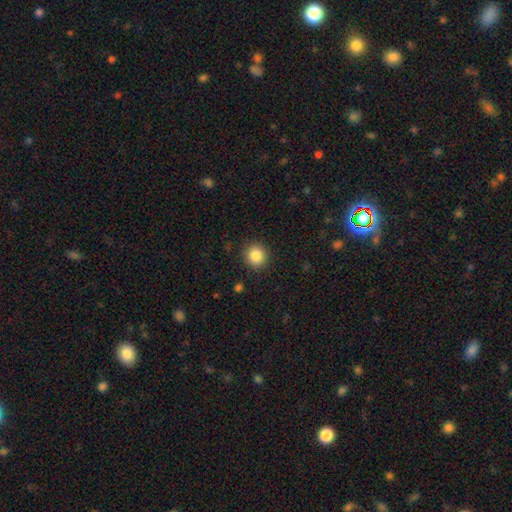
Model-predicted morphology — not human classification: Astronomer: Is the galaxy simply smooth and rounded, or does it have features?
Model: smooth — 86%.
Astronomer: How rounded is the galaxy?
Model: round — 87%.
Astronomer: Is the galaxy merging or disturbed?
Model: none — 90%.